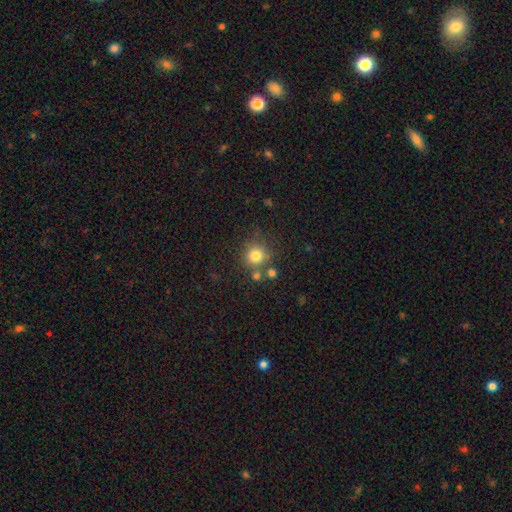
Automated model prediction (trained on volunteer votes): Smooth or featured: smooth — 78% (star or artifact — 14%)
How rounded: round — 92% (in between — 7%)
Merging: none — 72% (merger — 13%)